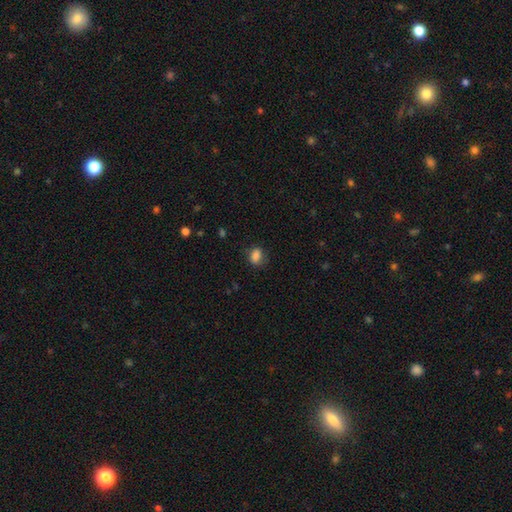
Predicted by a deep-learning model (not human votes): Smooth or featured: smooth — 84% (star or artifact — 10%)
How rounded: in between — 70% (round — 28%)
Merging: none — 72% (minor disturbance — 20%)